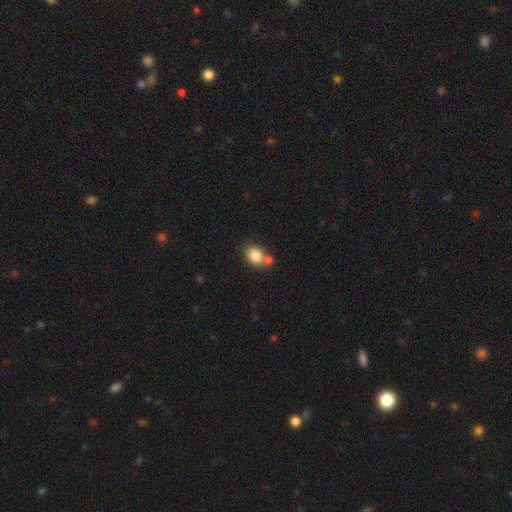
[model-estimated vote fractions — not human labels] Morphology: type=smooth (84%); roundness=in between (61%); merging=none (55%).